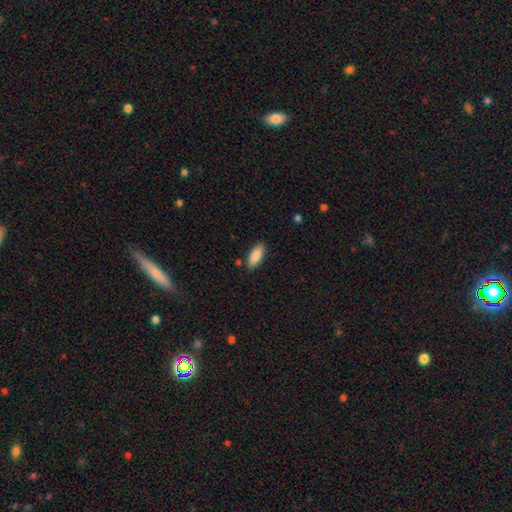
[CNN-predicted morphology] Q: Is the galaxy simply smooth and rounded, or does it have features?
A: smooth — 89%.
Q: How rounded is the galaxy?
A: in between — 82%.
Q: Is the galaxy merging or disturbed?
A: none — 85%.